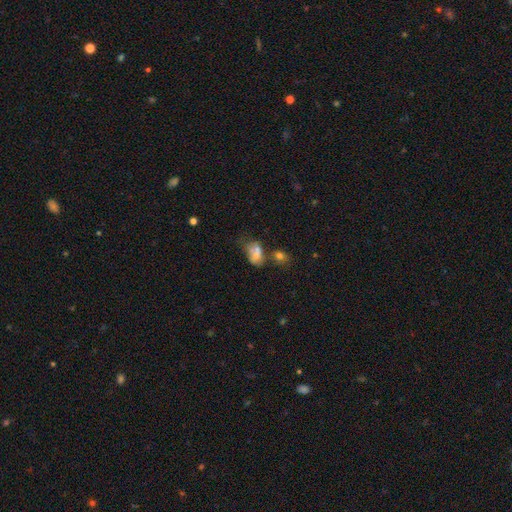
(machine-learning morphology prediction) type=smooth (60%); roundness=in between (80%); merging=merger (38%).